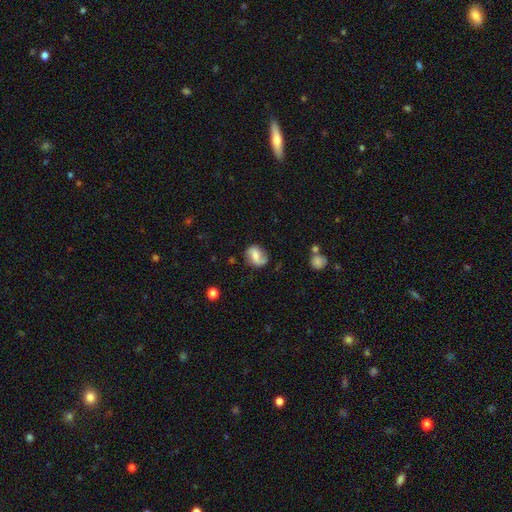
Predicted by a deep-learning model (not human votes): The model was most divided on "bulge size": moderate: 37%, small: 31%, none: 20%, large: 10%, dominant: 2%. Remaining: edge-on disk — no (97%); spiral arms — yes (86%); merging — none (66%); smooth or featured — featured or disk (52%); bar — weak (42%).